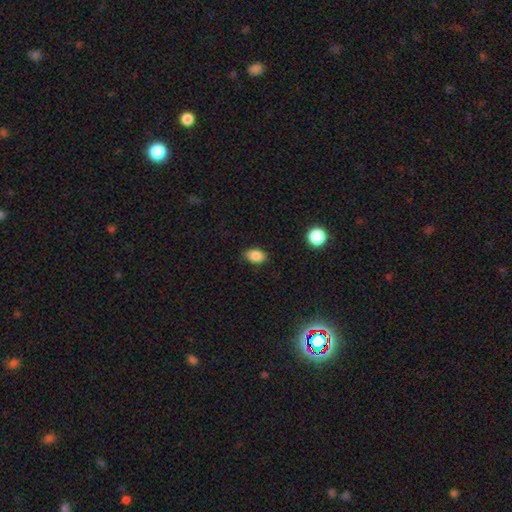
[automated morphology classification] Smooth or featured? smooth (86%)
How rounded? in between (81%)
Merging? none (85%)